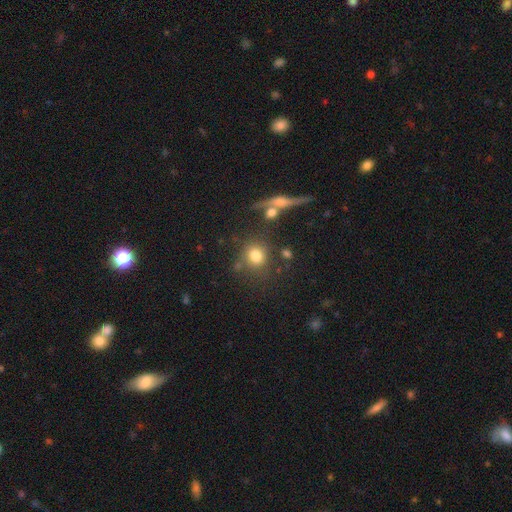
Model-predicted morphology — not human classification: Overall: smooth (78%). How rounded: round (80%). Merging: none (68%).